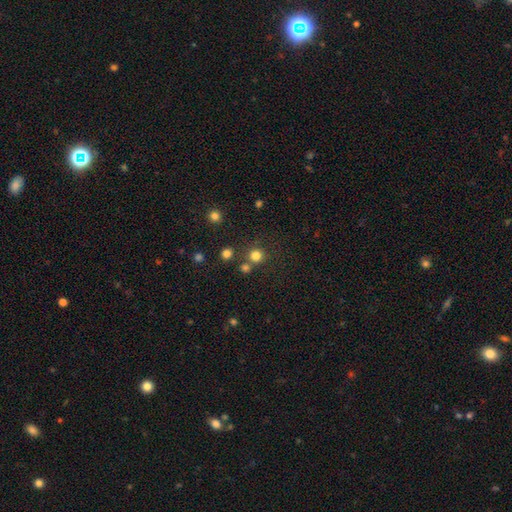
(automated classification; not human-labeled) Smooth or featured? Predicted: smooth (p=0.78). How rounded? Predicted: round (p=0.92). Merging? Predicted: none (p=0.73).